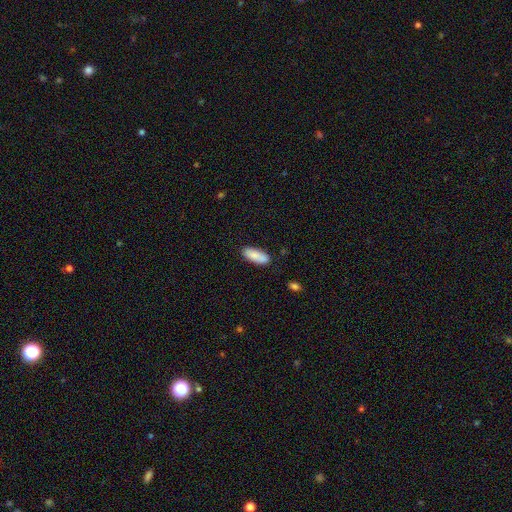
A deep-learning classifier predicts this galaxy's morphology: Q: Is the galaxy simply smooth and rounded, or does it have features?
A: smooth — 87%.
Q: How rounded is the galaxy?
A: in between — 79%.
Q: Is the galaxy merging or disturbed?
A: none — 85%.